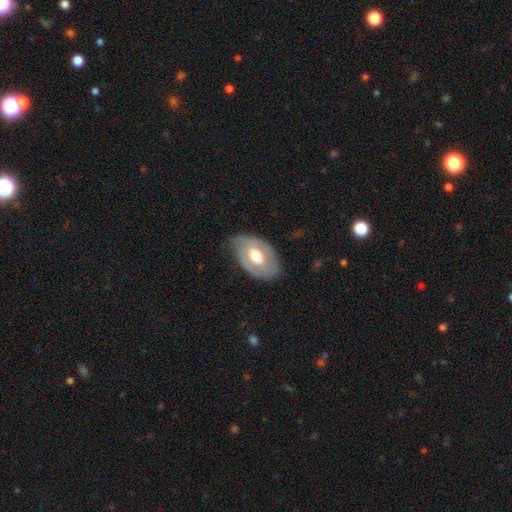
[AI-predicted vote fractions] A featured or disk galaxy (54%).

Vote fractions:
- Smooth or featured? featured or disk: 54% / smooth: 41% / star or artifact: 5%
- Edge-on disk? no: 91% / yes: 9%
- Merging? none: 71% / minor disturbance: 22% / major disturbance: 6% / merger: 1%